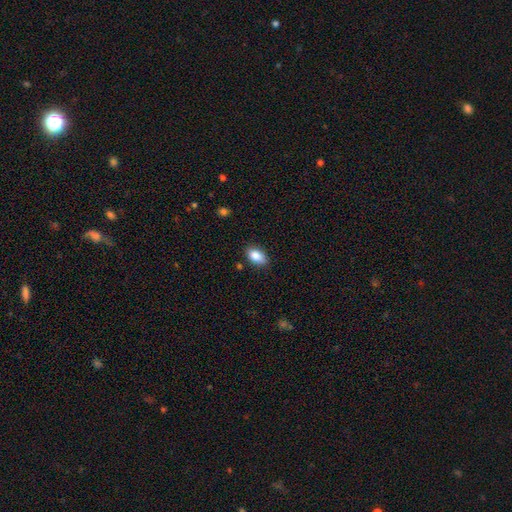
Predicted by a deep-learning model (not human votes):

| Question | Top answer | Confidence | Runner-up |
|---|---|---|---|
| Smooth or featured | smooth | 88% | star or artifact (8%) |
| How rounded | in between | 91% | round (7%) |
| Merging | none | 84% | minor disturbance (12%) |